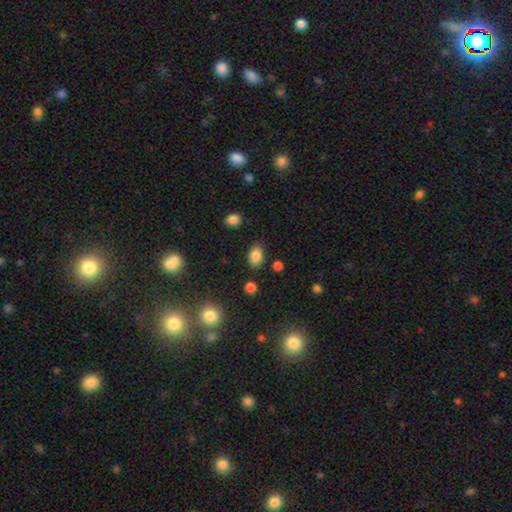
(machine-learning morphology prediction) type=smooth (86%); roundness=in between (84%); merging=none (82%).